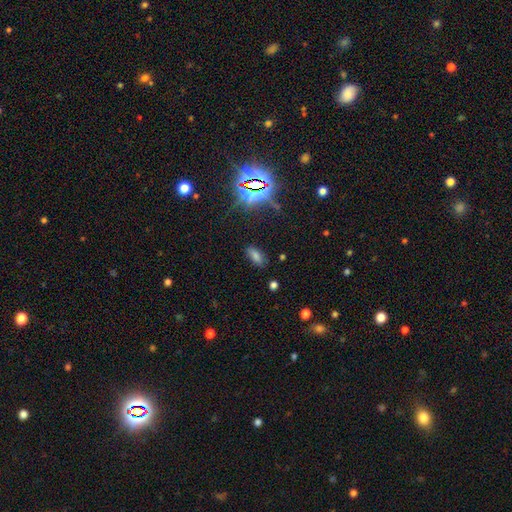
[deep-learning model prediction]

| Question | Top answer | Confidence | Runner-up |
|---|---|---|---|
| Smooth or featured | smooth | 54% | star or artifact (36%) |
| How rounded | in between | 86% | cigar-shaped (10%) |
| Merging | none | 82% | minor disturbance (12%) |